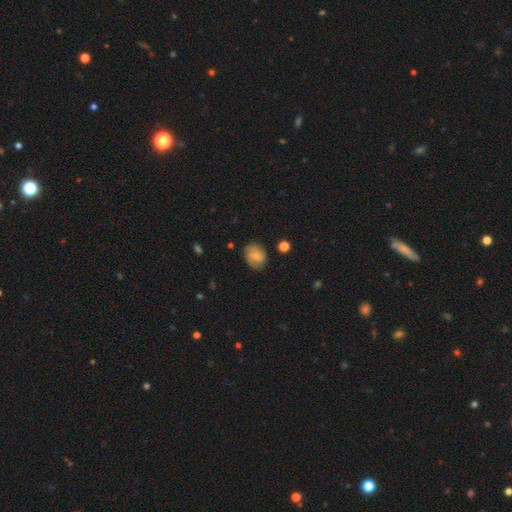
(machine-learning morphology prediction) Smooth or featured? Predicted: smooth (p=0.64). How rounded? Predicted: round (p=0.53). Merging? Predicted: none (p=0.78).